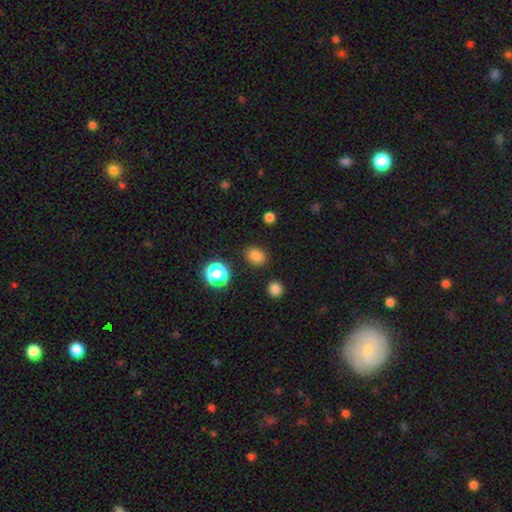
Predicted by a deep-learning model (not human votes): Overall: smooth (81%). How rounded: in between (56%; round 43%). Merging: none (86%).